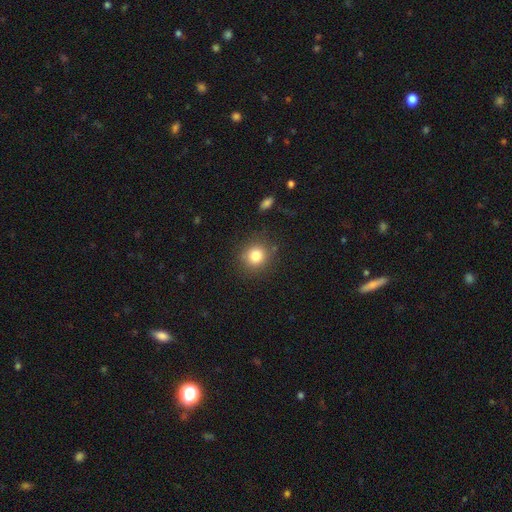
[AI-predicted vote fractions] smooth-or-featured: smooth: 81% | star or artifact: 12% | featured or disk: 7%
  how-rounded: round: 87% | in between: 12% | cigar-shaped: 1%
  merging: none: 85% | minor disturbance: 10% | major disturbance: 3% | merger: 2%